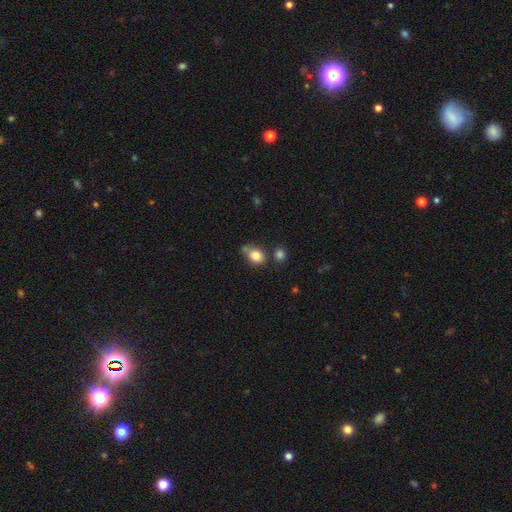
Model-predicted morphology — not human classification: type=smooth (83%); roundness=in between (50%); merging=none (54%).